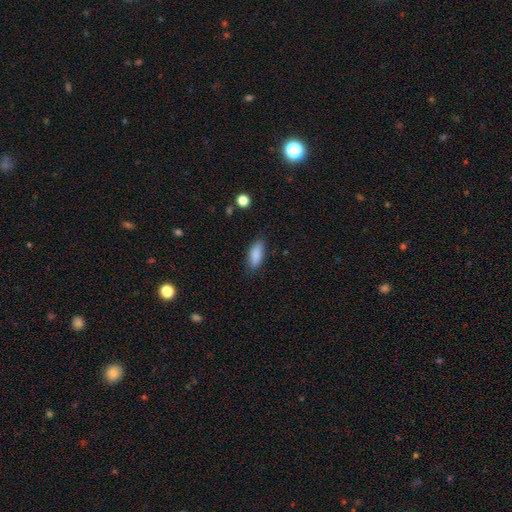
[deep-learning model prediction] Smooth or featured? Predicted: smooth (p=0.86). How rounded? Predicted: in between (p=0.77). Merging? Predicted: none (p=0.81).